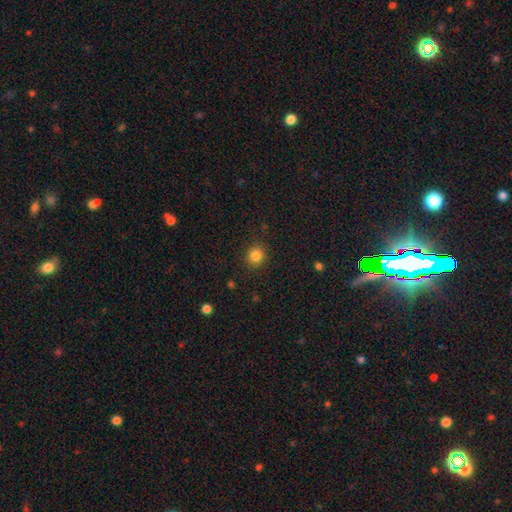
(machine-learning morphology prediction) smooth 83%, star or artifact 12%, featured or disk 5%. Down the decision tree: how rounded — round (84%); merging — none (90%).